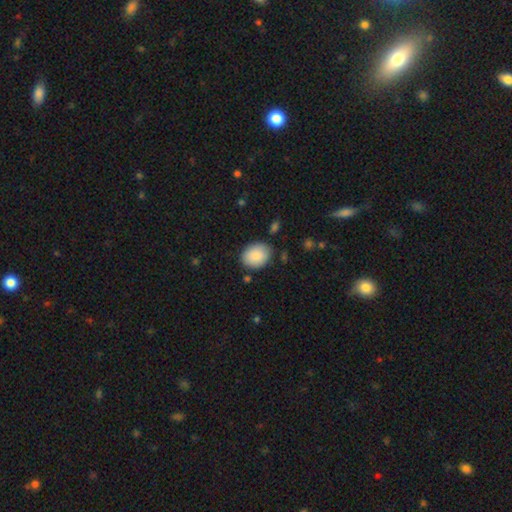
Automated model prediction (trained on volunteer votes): Overall: smooth (88%). How rounded: in between (57%; round 42%). Merging: none (81%).